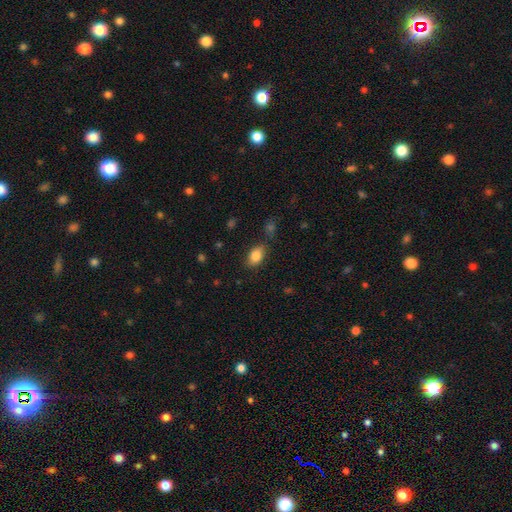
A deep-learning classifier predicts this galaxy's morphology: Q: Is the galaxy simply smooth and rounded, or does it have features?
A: smooth — 85%.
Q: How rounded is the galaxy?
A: in between — 86%.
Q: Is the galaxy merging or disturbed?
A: none — 76%.